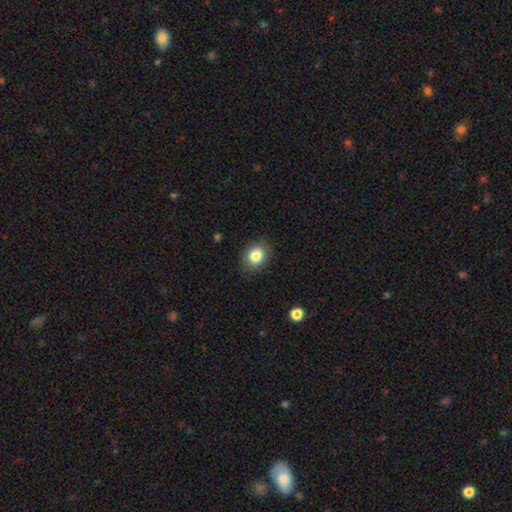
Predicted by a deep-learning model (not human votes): This is clearly a smooth galaxy (84%). How rounded: likely round (64%). Merging: clearly none (84%).